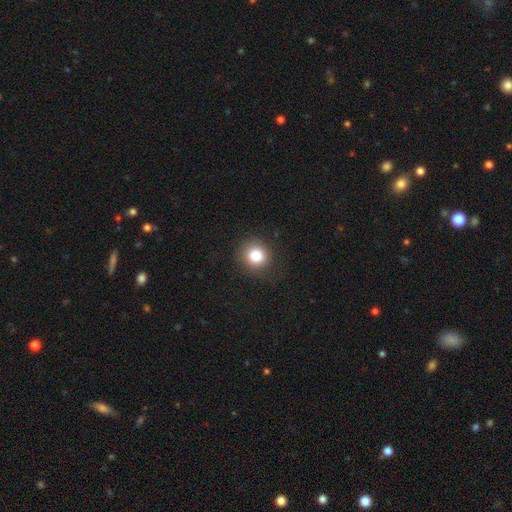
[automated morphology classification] smooth 84%, star or artifact 11%, featured or disk 6%. Down the decision tree: how rounded — round (91%); merging — none (87%).